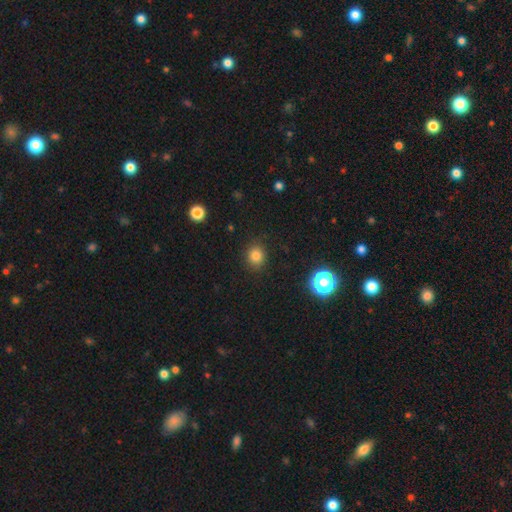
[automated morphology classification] The model was most divided on "how rounded": round: 80%, in between: 19%, cigar-shaped: 1%. More confident: merging — none (89%); smooth or featured — smooth (81%).